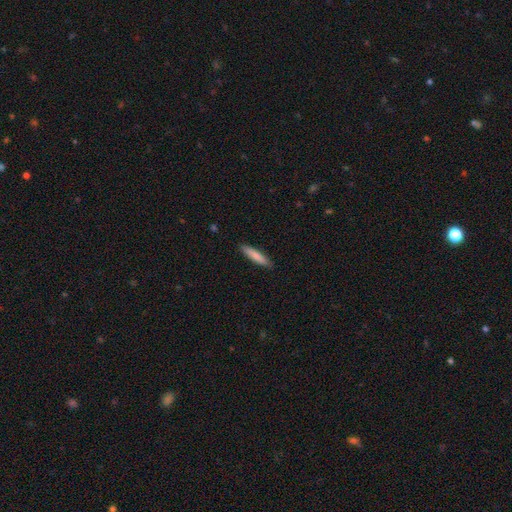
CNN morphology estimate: Overall: smooth (81%). How rounded: cigar-shaped (86%). Merging: none (90%).